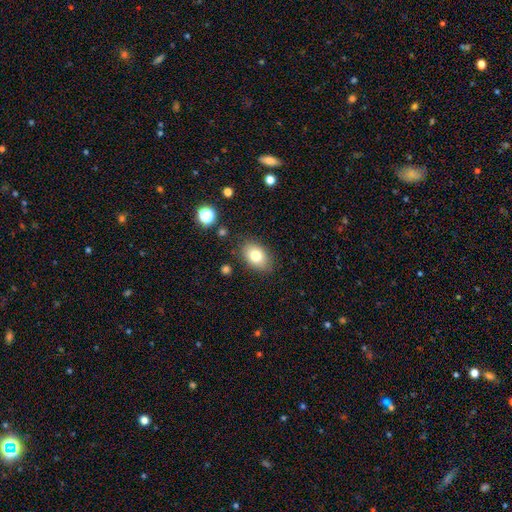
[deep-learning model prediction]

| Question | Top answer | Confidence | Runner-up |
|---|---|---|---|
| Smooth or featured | smooth | 79% | featured or disk (12%) |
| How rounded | in between | 81% | round (17%) |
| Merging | none | 84% | minor disturbance (11%) |